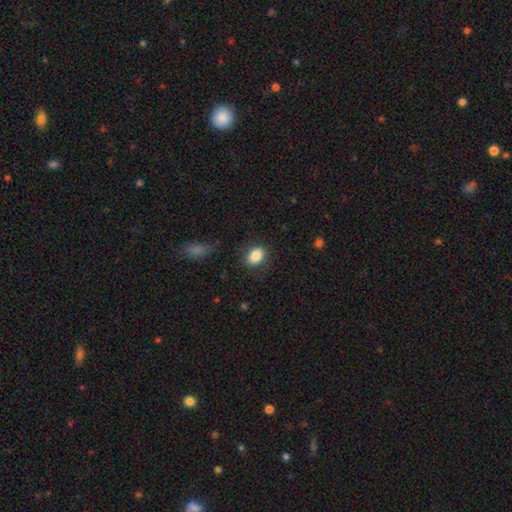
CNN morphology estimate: A smooth galaxy with no disk features (85%) that is in between round and cigar-shaped (71%). Merging: none (83%).